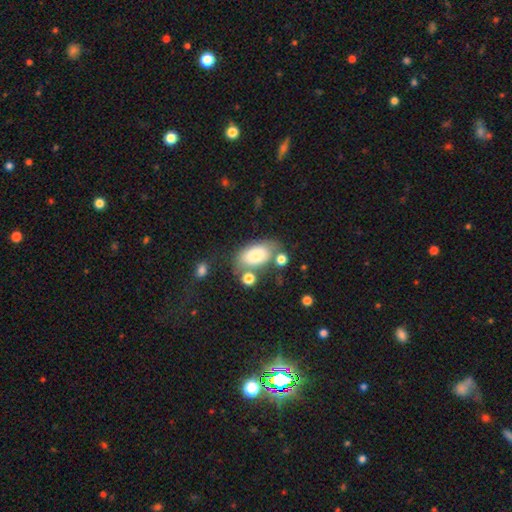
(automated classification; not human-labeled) A smooth galaxy with no disk features (77%) that is in between round and cigar-shaped (93%).

Vote fractions:
- Smooth or featured? smooth: 77% / featured or disk: 15% / star or artifact: 8%
- How rounded? in between: 93% / round: 5% / cigar-shaped: 2%
- Merging? none: 56% / minor disturbance: 19% / merger: 16% / major disturbance: 9%